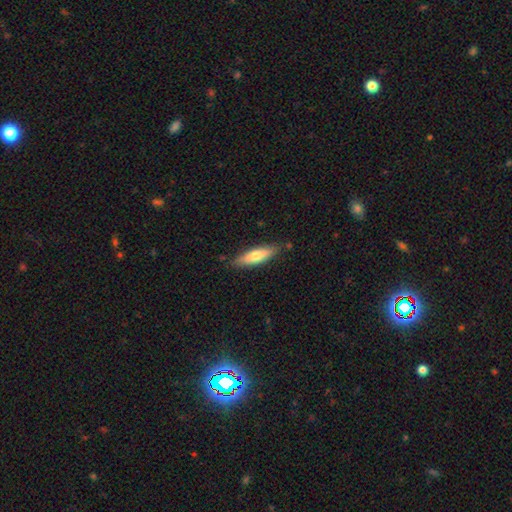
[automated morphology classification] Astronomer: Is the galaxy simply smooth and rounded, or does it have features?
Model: smooth — 70%.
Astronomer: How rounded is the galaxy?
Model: cigar-shaped — 65%.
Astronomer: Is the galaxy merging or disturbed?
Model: none — 83%.